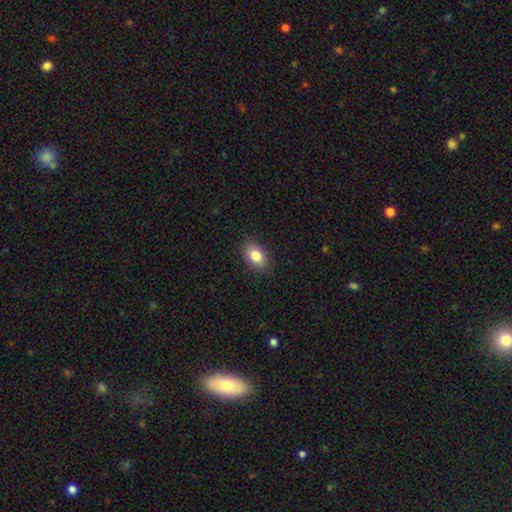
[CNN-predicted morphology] Smooth or featured?
  - smooth: 83% *
  - featured or disk: 9%
  - star or artifact: 8%
How rounded?
  - in between: 87% *
  - round: 11%
  - cigar-shaped: 2%
Merging?
  - none: 88% *
  - minor disturbance: 9%
  - major disturbance: 2%
  - merger: 1%